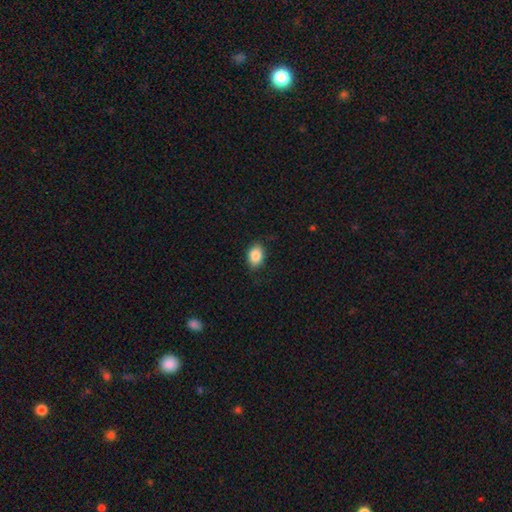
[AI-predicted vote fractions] Smooth or featured: smooth — 87% (star or artifact — 8%)
How rounded: in between — 79% (round — 19%)
Merging: none — 81% (minor disturbance — 15%)